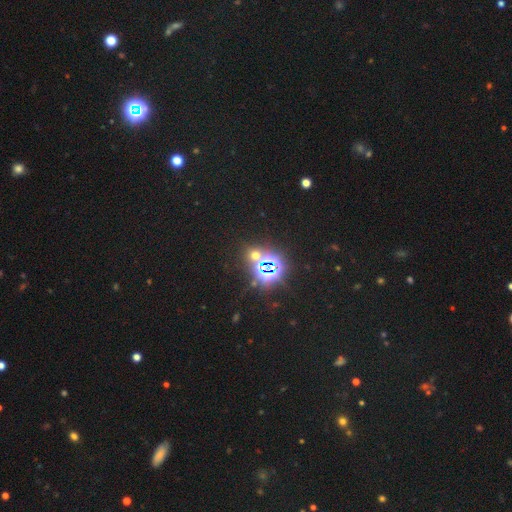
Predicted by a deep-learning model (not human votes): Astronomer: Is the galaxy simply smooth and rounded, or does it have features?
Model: star or artifact — 66%.